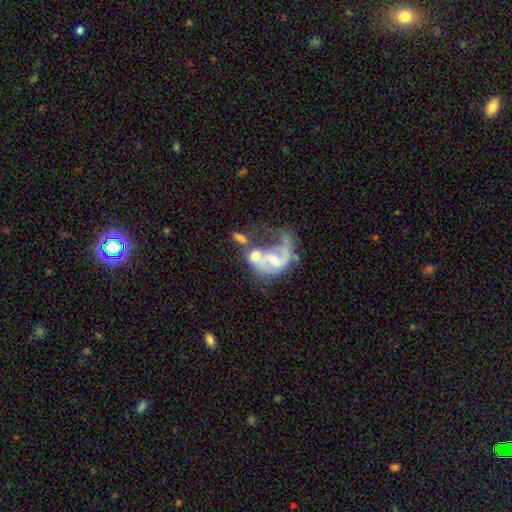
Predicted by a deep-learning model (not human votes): Smooth or featured?
  - featured or disk: 56% *
  - smooth: 25%
  - star or artifact: 18%
Edge-on disk?
  - no: 95% *
  - yes: 5%
Bar?
  - no: 77% *
  - weak: 17%
  - strong: 6%
Spiral arms?
  - no: 59% *
  - yes: 41%
Bulge size?
  - moderate: 36% *
  - small: 33%
  - none: 22%
  - large: 6%
  - dominant: 3%
Merging?
  - merger: 51% *
  - major disturbance: 24%
  - none: 16%
  - minor disturbance: 9%